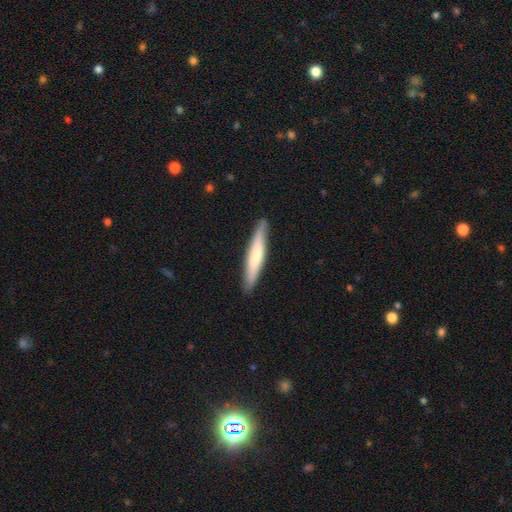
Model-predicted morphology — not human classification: Smooth or featured? smooth (52%)
How rounded? cigar-shaped (92%)
Merging? none (89%)